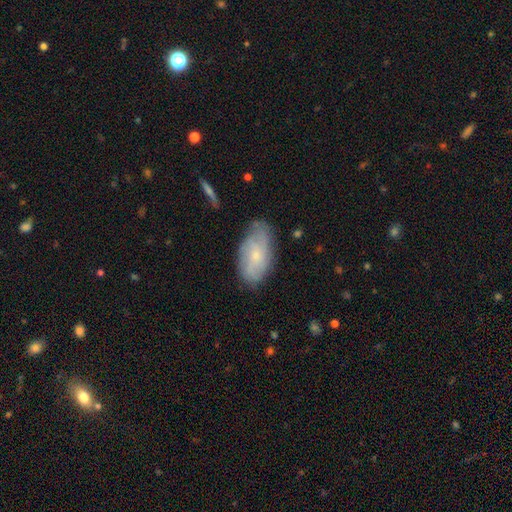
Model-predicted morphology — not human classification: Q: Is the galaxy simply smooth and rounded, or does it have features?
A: featured or disk — 50%.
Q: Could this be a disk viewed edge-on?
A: no — 92%.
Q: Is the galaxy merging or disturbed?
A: none — 71%.